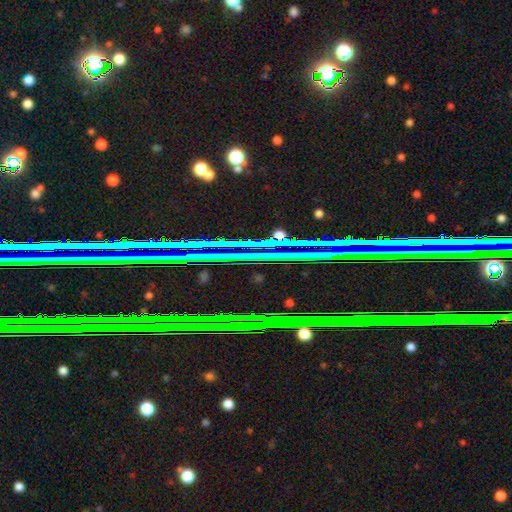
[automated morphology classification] A star or artifact, not a galaxy (78%).